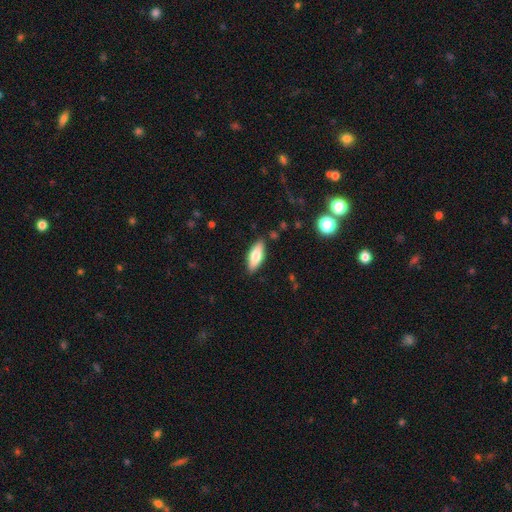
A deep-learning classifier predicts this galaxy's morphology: Smooth or featured? Predicted: smooth (p=0.74). How rounded? Predicted: in between (p=0.72). Merging? Predicted: none (p=0.86).